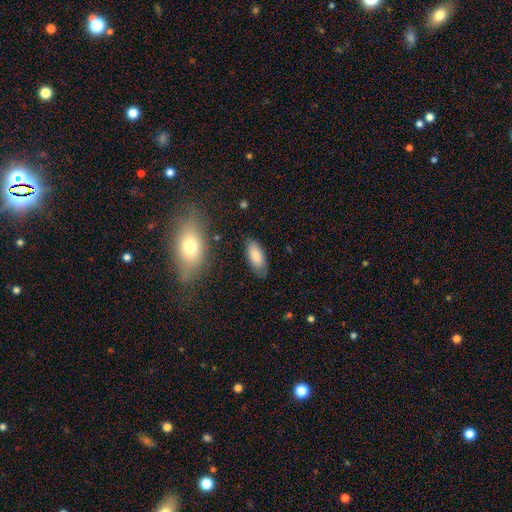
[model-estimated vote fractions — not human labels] A smooth galaxy with no disk features (82%) that is in between round and cigar-shaped (87%).

Vote fractions:
- Smooth or featured? smooth: 82% / featured or disk: 12% / star or artifact: 7%
- How rounded? in between: 87% / cigar-shaped: 11% / round: 2%
- Merging? none: 78% / minor disturbance: 17% / major disturbance: 4% / merger: 2%